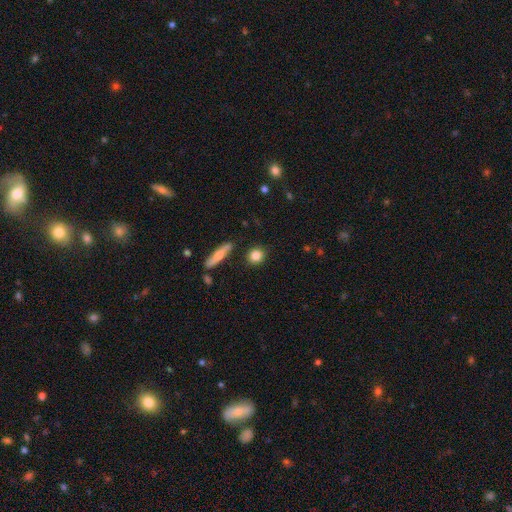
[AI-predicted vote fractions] The model was most divided on "how rounded": round: 79%, in between: 17%, cigar-shaped: 4%. More confident: merging — none (87%); smooth or featured — smooth (83%).